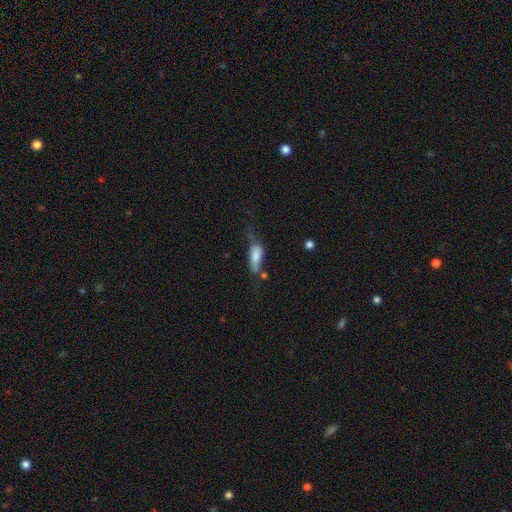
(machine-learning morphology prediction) Overall: smooth (71%). How rounded: in between (72%). Merging: none (32%; minor disturbance 30%).